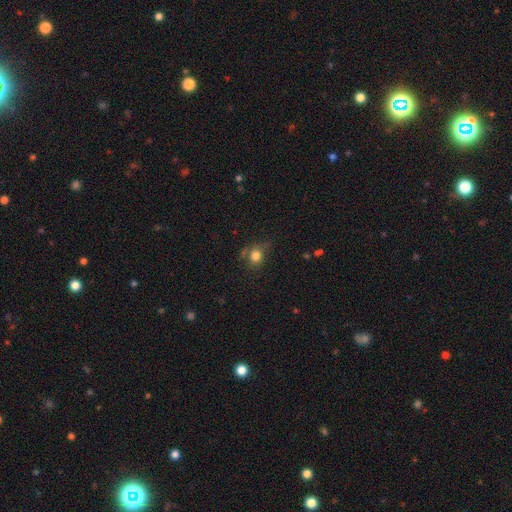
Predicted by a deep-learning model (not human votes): Smooth or featured? Predicted: smooth (p=0.79). How rounded? Predicted: round (p=0.68). Merging? Predicted: none (p=0.60).